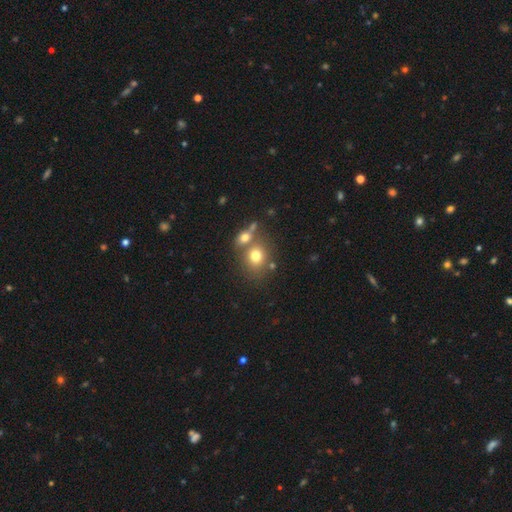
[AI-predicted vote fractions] Smooth or featured: smooth — 74% (featured or disk — 14%)
How rounded: round — 66% (in between — 33%)
Merging: none — 50% (merger — 36%)